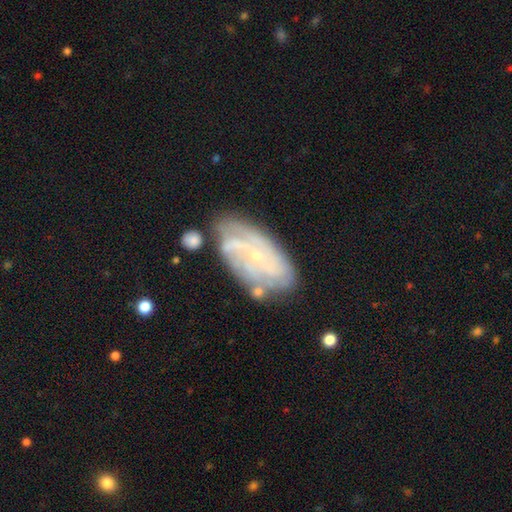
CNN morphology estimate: Overall: featured or disk (80%). Edge-on disk: no (95%). Bar: no (64%; weak 28%). Spiral arms: yes (92%). Spiral arm count: can't tell (35%; 2 23%). Spiral winding: tight (56%; medium 33%). Bulge size: small (83%). Merging: none (65%).